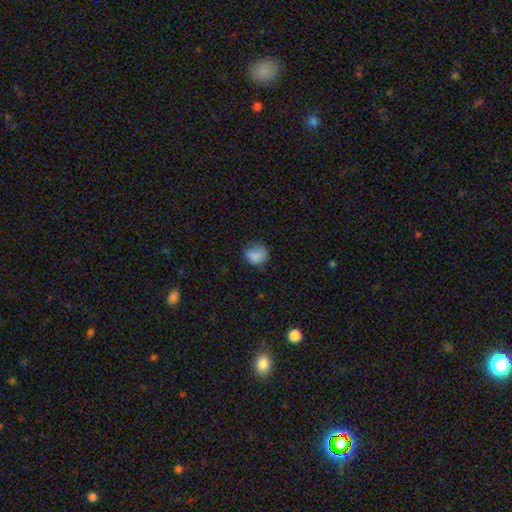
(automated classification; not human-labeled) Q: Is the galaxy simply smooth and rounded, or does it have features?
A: smooth — 84%.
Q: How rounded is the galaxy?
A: round — 69%.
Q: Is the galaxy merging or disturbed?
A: none — 66%.